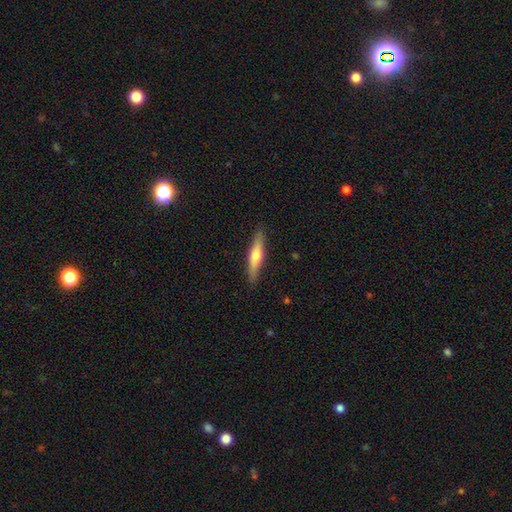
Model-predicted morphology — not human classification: Smooth or featured: smooth — 50% (featured or disk — 45%)
Merging: none — 89% (minor disturbance — 8%)